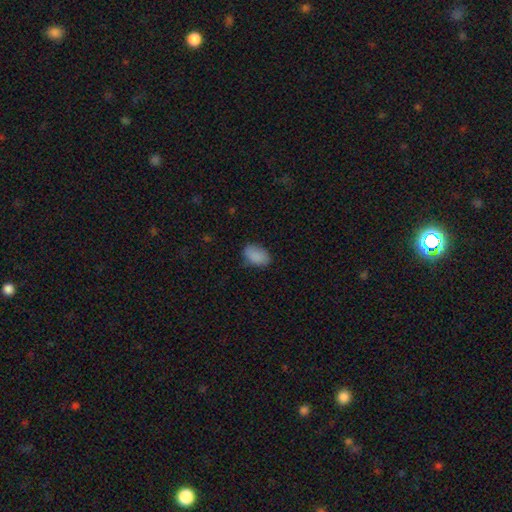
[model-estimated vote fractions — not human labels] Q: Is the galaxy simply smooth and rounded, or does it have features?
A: smooth — 87%.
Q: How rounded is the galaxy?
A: in between — 89%.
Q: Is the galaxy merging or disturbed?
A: none — 75%.